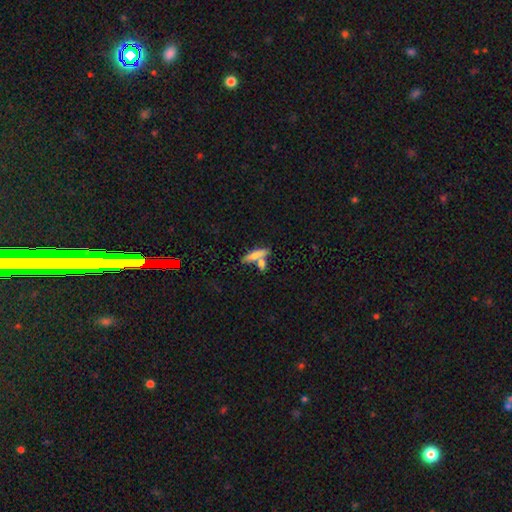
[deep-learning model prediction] smooth 68%, featured or disk 25%, star or artifact 7%. Down the decision tree: how rounded — cigar-shaped (70%); merging — none (50%).